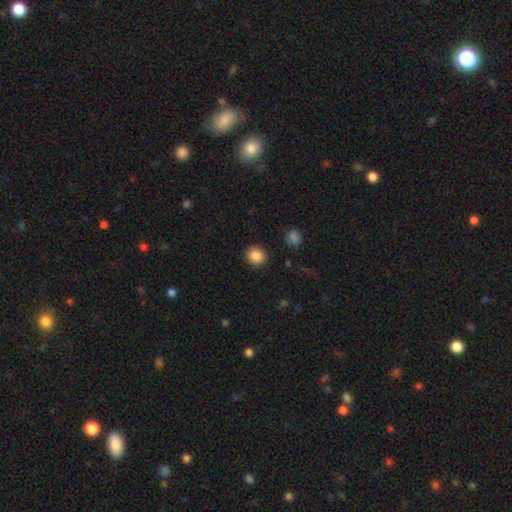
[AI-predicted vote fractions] Morphology: type=smooth (87%); roundness=round (88%); merging=none (91%).